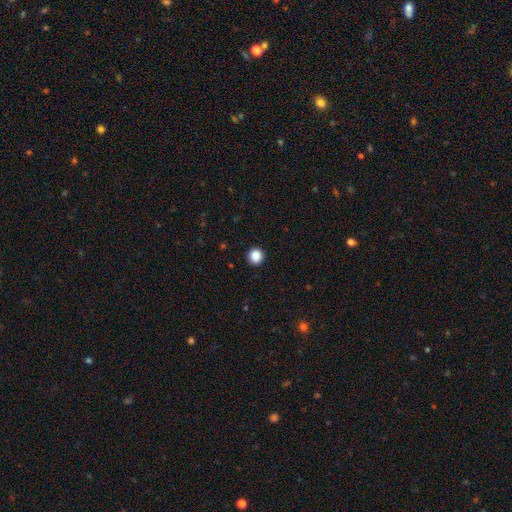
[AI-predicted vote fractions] Smooth or featured? smooth (87%)
How rounded? round (96%)
Merging? none (94%)